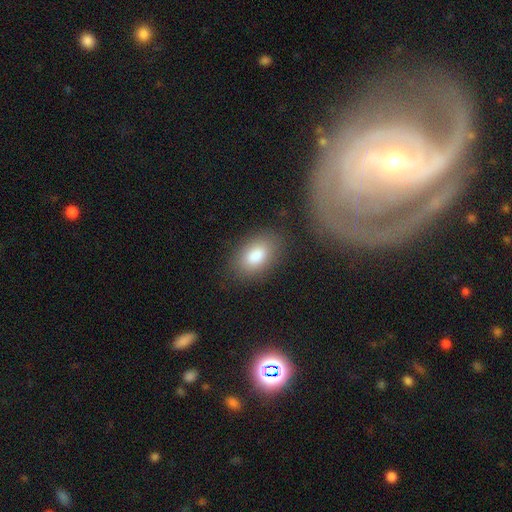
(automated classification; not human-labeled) A smooth galaxy with no disk features (83%) that is in between round and cigar-shaped (90%). Merging: none (81%).